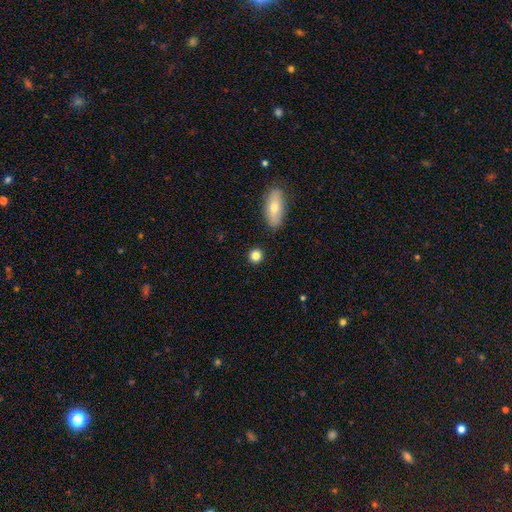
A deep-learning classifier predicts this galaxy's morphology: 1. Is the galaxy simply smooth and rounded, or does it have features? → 85% smooth, 10% star or artifact, 6% featured or disk.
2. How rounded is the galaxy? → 88% round, 11% in between, 2% cigar-shaped.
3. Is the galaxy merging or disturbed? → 89% none, 7% minor disturbance, 3% merger, 2% major disturbance.